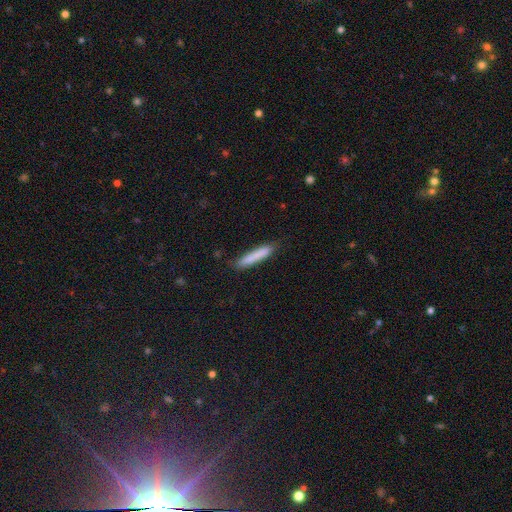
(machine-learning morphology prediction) A smooth galaxy with no disk features (81%) that is cigar-shaped (93%).

Vote fractions:
- Smooth or featured? smooth: 81% / featured or disk: 13% / star or artifact: 6%
- How rounded? cigar-shaped: 93% / in between: 6% / round: 1%
- Merging? none: 82% / minor disturbance: 14% / major disturbance: 2% / merger: 2%